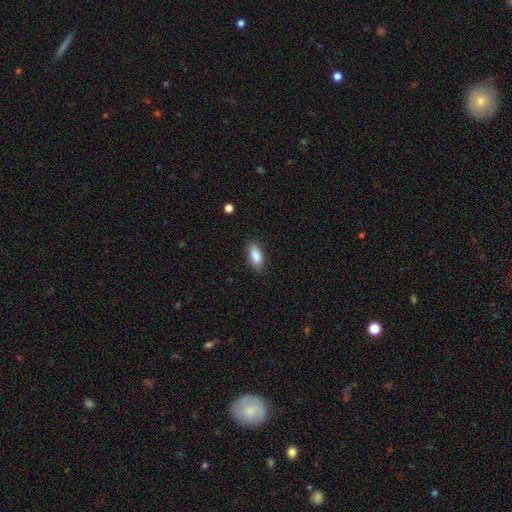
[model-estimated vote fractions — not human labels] Overall: smooth (87%). How rounded: in between (85%). Merging: none (82%).